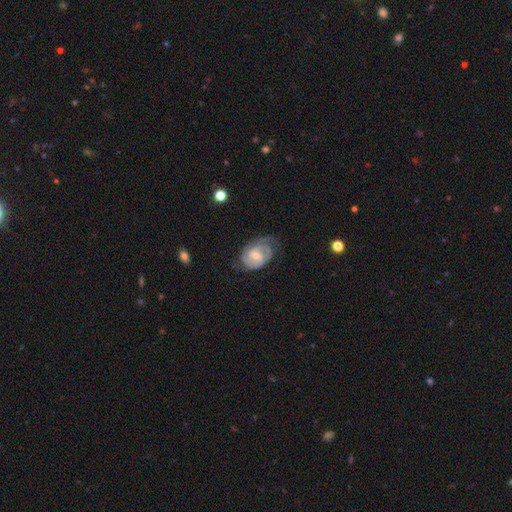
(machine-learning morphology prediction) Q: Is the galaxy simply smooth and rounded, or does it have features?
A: featured or disk — 82%.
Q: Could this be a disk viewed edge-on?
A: no — 97%.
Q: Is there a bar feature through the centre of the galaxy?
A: weak — 50%.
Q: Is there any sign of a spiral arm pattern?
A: yes — 95%.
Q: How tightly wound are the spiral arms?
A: tight — 55%.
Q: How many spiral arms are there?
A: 2 — 59%.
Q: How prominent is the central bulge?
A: moderate — 48%.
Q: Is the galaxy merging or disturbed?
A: none — 58%.